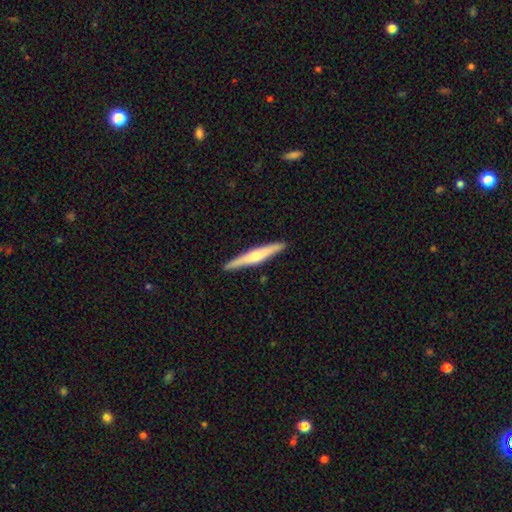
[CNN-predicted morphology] Smooth or featured: featured or disk — 53% (smooth — 42%)
Edge-on disk: yes — 96% (no — 4%)
Edge-on bulge: rounded — 75% (none — 15%)
Merging: none — 90% (minor disturbance — 7%)